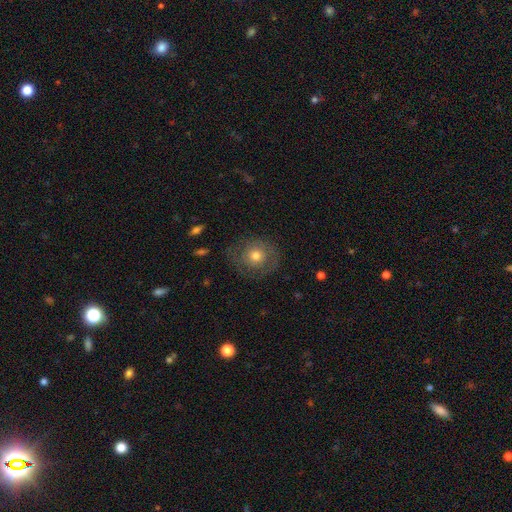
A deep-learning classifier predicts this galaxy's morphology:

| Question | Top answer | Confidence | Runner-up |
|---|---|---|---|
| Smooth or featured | smooth | 56% | featured or disk (35%) |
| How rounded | round | 86% | in between (13%) |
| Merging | none | 75% | minor disturbance (15%) |